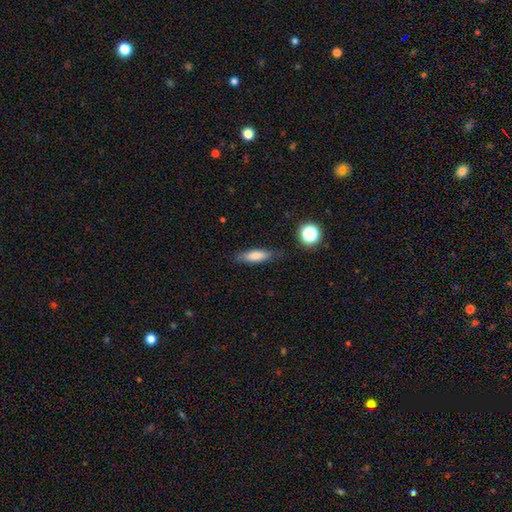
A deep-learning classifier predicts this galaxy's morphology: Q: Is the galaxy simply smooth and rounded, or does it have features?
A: smooth — 77%.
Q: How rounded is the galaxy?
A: cigar-shaped — 52%.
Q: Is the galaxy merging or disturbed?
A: none — 79%.